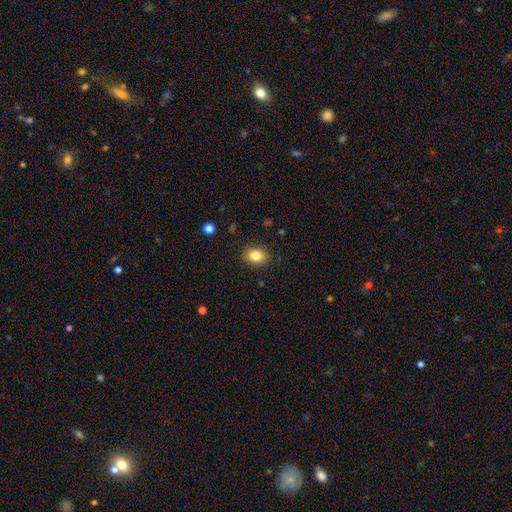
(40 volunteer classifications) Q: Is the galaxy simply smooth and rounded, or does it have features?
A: smooth — 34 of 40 (85%).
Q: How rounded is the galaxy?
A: in between — 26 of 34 (76%).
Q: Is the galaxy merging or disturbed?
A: none — 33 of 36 (92%).